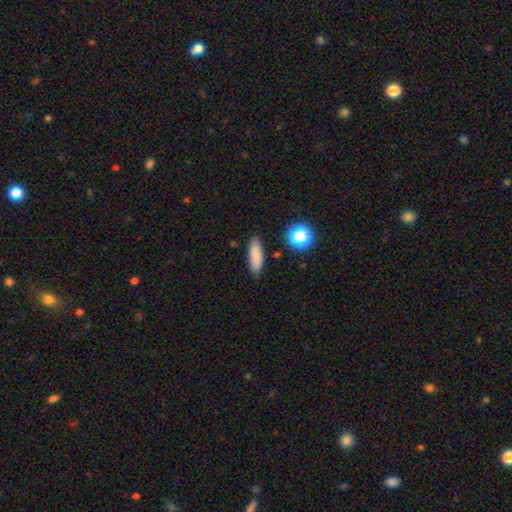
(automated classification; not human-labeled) This appears to be a smooth galaxy with no disk features (82%) that is in between round and cigar-shaped (59%). Merging: none (86%).